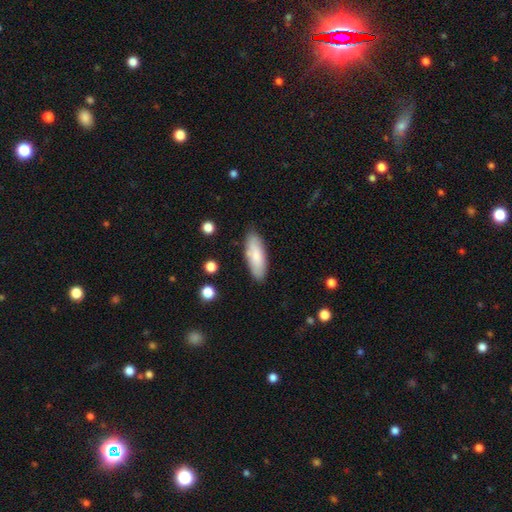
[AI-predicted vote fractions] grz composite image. It shows a smooth galaxy with no disk features (79%) that is in between round and cigar-shaped (67%). Merging: none (84%).